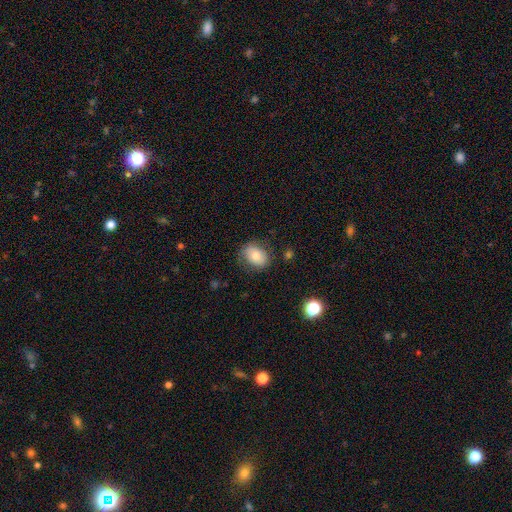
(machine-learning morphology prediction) Q: Smooth or featured?
A: smooth (75%); runner-up: featured or disk (17%)
Q: How rounded?
A: in between (67%); runner-up: round (32%)
Q: Merging?
A: none (77%); runner-up: minor disturbance (17%)